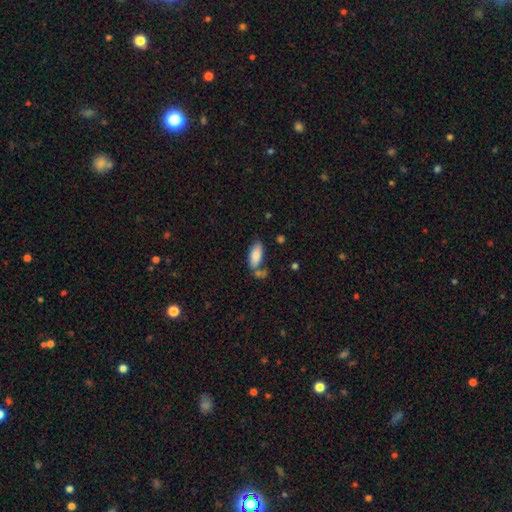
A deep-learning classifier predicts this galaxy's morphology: smooth_or_featured: smooth (p=0.83) [alt: featured or disk p=0.11]
how_rounded: in between (p=0.83) [alt: cigar-shaped p=0.15]
merging: none (p=0.57) [alt: minor disturbance p=0.20]